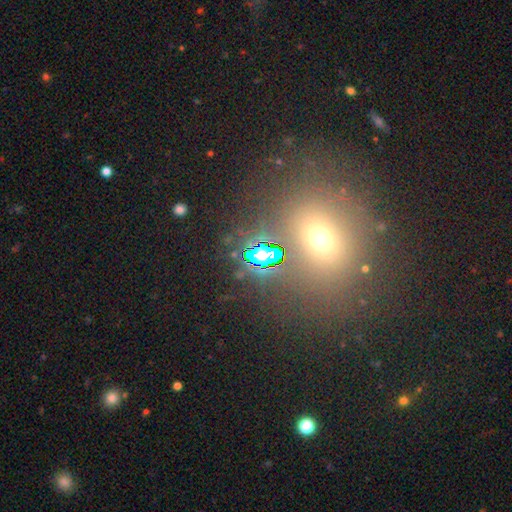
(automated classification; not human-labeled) smooth-or-featured: star or artifact: 53% | smooth: 37% | featured or disk: 10%